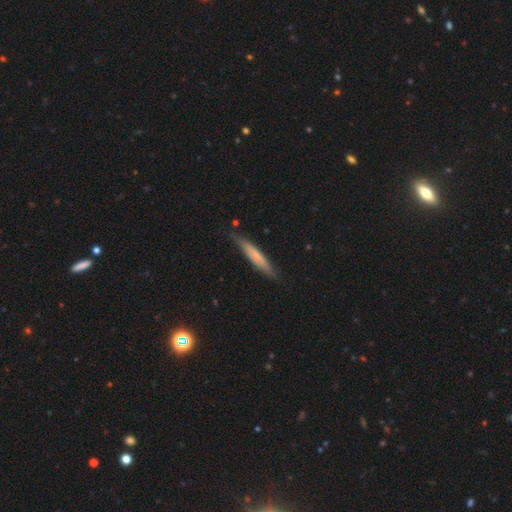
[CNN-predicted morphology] smooth-or-featured: smooth: 60% | featured or disk: 34% | star or artifact: 6%
  how-rounded: cigar-shaped: 92% | in between: 6% | round: 1%
  merging: none: 82% | minor disturbance: 14% | major disturbance: 2% | merger: 2%